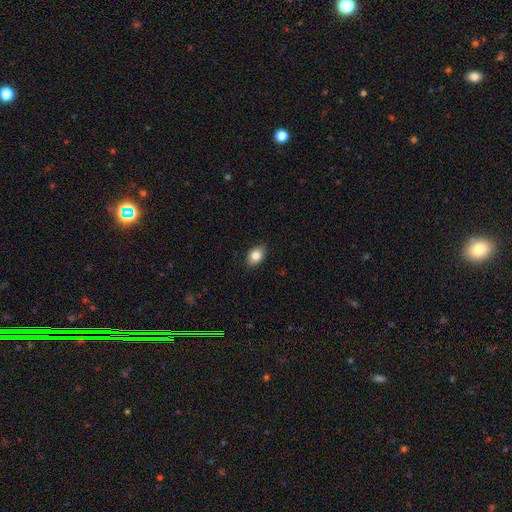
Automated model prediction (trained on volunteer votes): Smooth or featured? Predicted: smooth (p=0.84). How rounded? Predicted: in between (p=0.78). Merging? Predicted: none (p=0.88).